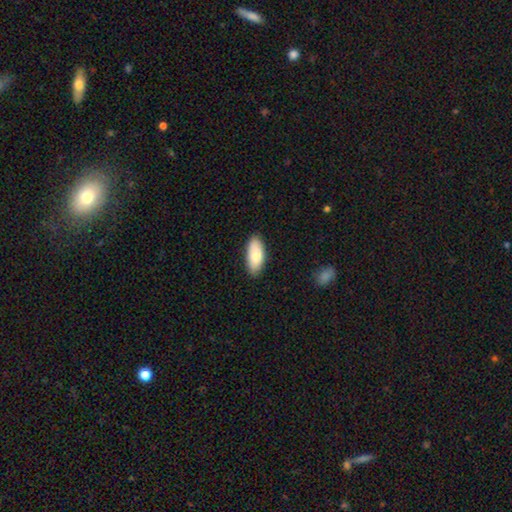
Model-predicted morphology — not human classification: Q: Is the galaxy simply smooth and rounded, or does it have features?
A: smooth — 83%.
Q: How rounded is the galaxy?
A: in between — 85%.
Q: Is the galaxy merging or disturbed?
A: none — 86%.